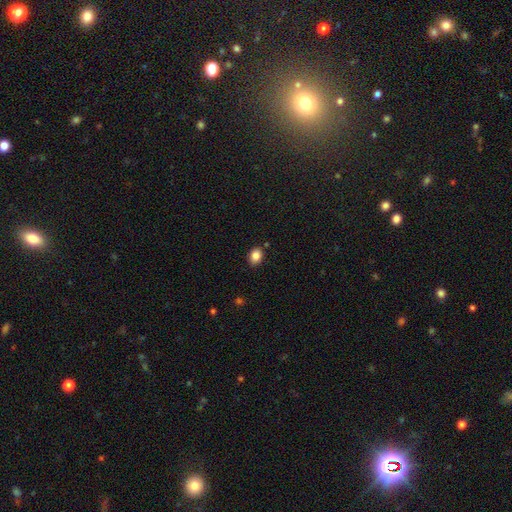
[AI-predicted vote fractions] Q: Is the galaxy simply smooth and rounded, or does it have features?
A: smooth — 85%.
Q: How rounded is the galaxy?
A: in between — 63%.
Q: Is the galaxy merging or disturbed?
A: none — 85%.